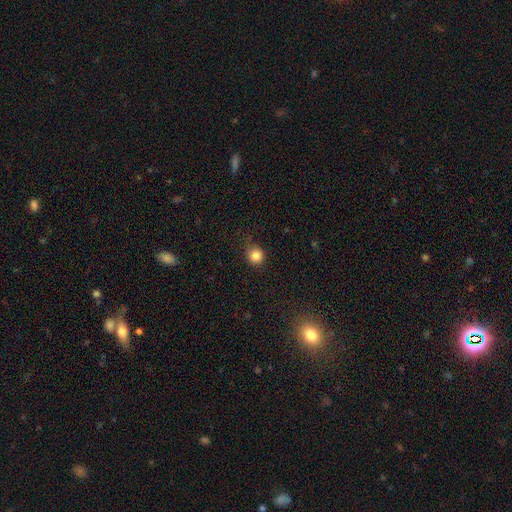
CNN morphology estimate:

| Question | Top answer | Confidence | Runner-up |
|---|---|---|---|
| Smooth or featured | smooth | 84% | star or artifact (12%) |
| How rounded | round | 91% | in between (9%) |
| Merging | none | 83% | minor disturbance (13%) |